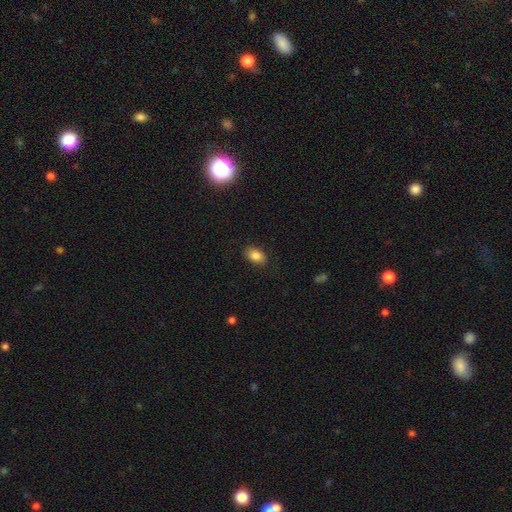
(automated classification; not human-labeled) smooth-or-featured: smooth: 85% | star or artifact: 9% | featured or disk: 6%
  how-rounded: in between: 85% | round: 13% | cigar-shaped: 1%
  merging: none: 87% | minor disturbance: 9% | major disturbance: 2% | merger: 1%